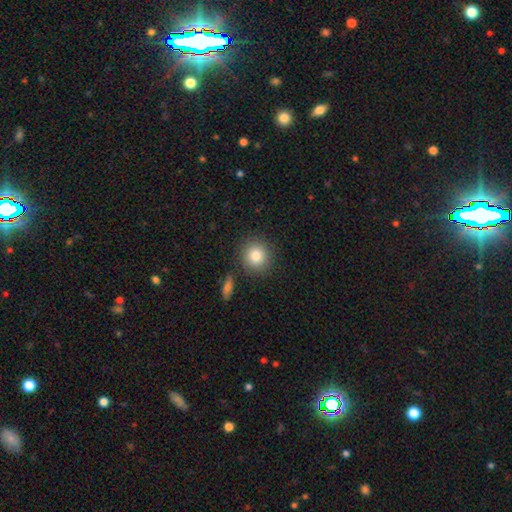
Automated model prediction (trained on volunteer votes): Overall: smooth (84%). How rounded: round (89%). Merging: none (85%).